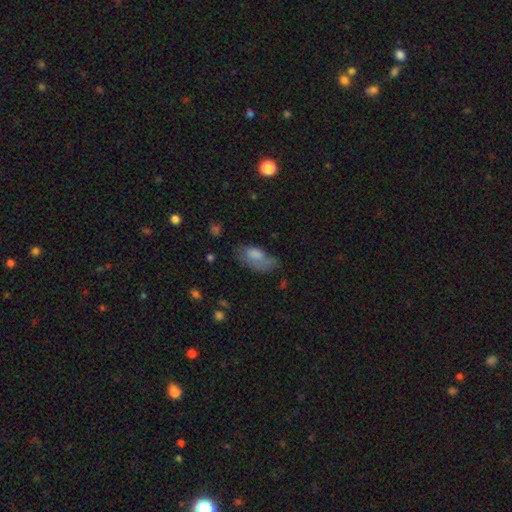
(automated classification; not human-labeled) Smooth or featured? smooth (70%)
How rounded? in between (91%)
Merging? none (38%)